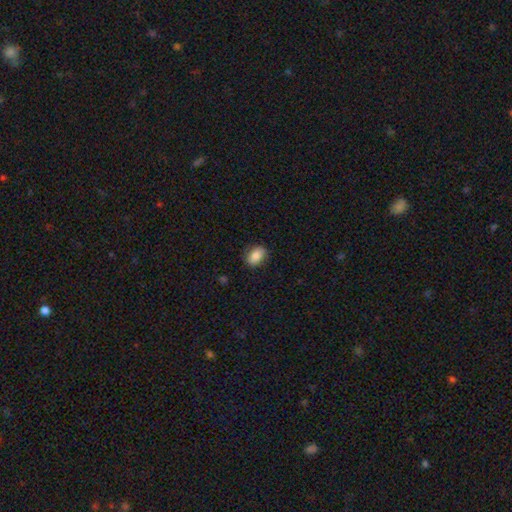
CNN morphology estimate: Smooth or featured?
  - smooth: 84% *
  - featured or disk: 9%
  - star or artifact: 8%
How rounded?
  - in between: 77% *
  - round: 22%
  - cigar-shaped: 1%
Merging?
  - none: 81% *
  - minor disturbance: 15%
  - major disturbance: 3%
  - merger: 1%